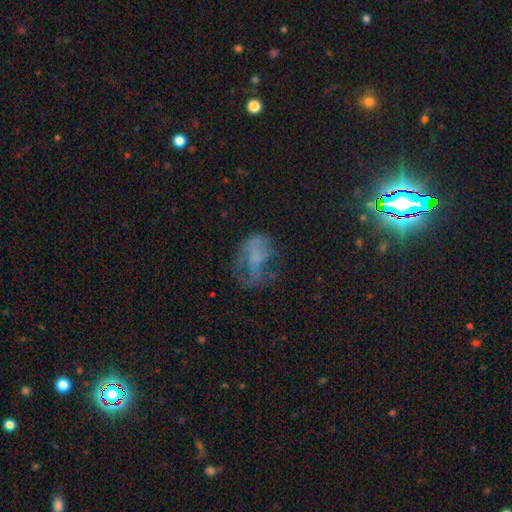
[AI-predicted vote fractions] Smooth or featured?
  - featured or disk: 42% *
  - smooth: 36%
  - star or artifact: 22%
Merging?
  - major disturbance: 38% *
  - none: 37%
  - minor disturbance: 22%
  - merger: 4%